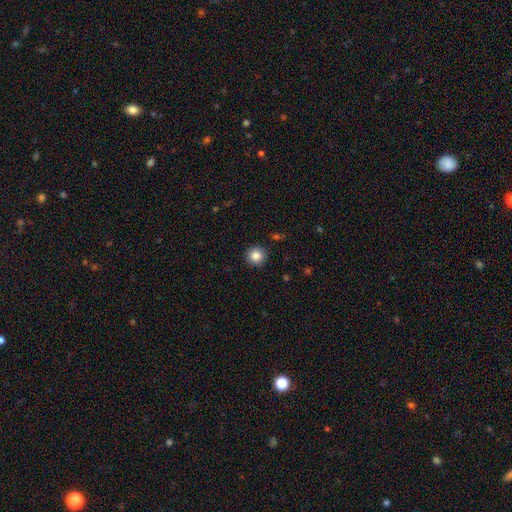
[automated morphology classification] smooth 85%, star or artifact 10%, featured or disk 5%. Down the decision tree: how rounded — round (95%); merging — none (92%).